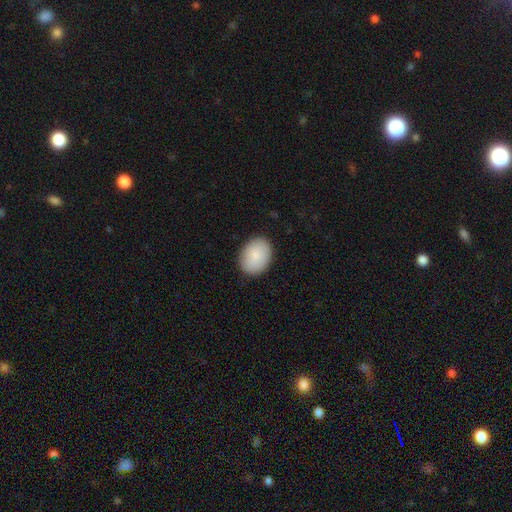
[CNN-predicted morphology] Q: Smooth or featured?
A: smooth (87%); runner-up: featured or disk (7%)
Q: How rounded?
A: in between (72%); runner-up: round (27%)
Q: Merging?
A: none (88%); runner-up: minor disturbance (9%)